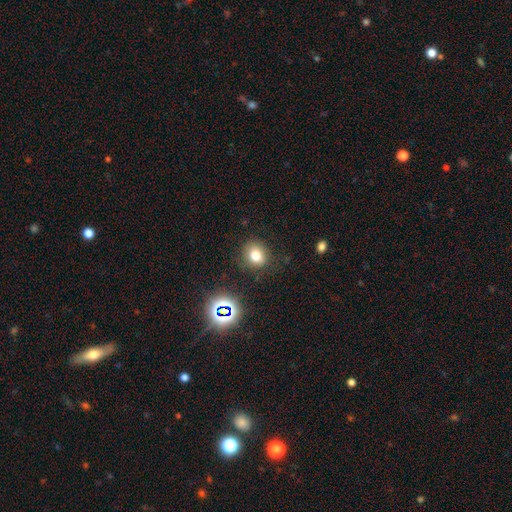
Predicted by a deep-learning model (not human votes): Q: Smooth or featured?
A: smooth (76%); runner-up: star or artifact (16%)
Q: How rounded?
A: round (68%); runner-up: in between (31%)
Q: Merging?
A: none (82%); runner-up: minor disturbance (12%)